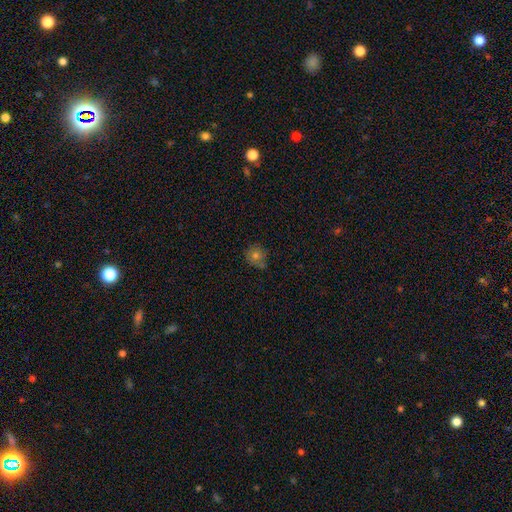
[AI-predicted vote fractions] A smooth galaxy with no disk features (70%) that is round (84%).

Vote fractions:
- Smooth or featured? smooth: 70% / star or artifact: 16% / featured or disk: 14%
- How rounded? round: 84% / in between: 15% / cigar-shaped: 1%
- Merging? none: 64% / minor disturbance: 23% / merger: 6% / major disturbance: 6%